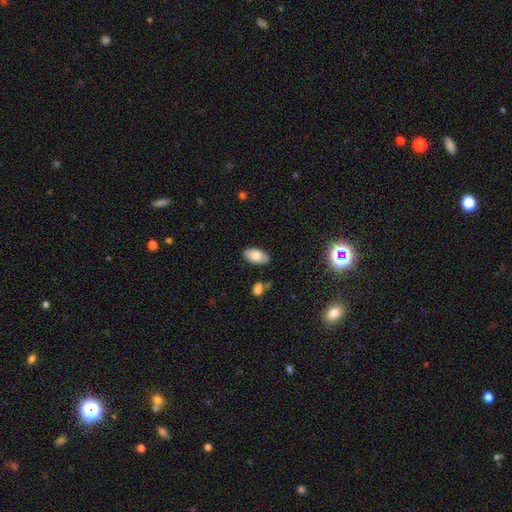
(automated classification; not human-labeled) Smooth or featured: smooth — 74% (featured or disk — 18%)
How rounded: in between — 95% (round — 3%)
Merging: none — 84% (minor disturbance — 12%)